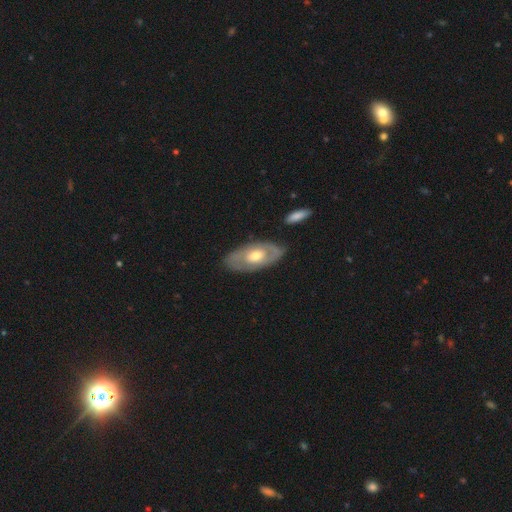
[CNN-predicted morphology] Smooth or featured? Predicted: featured or disk (p=0.58). Edge-on disk? Predicted: no (p=0.88). Bar? Predicted: no (p=0.78). Spiral arms? Predicted: no (p=0.63). Bulge size? Predicted: moderate (p=0.70). Merging? Predicted: none (p=0.79).